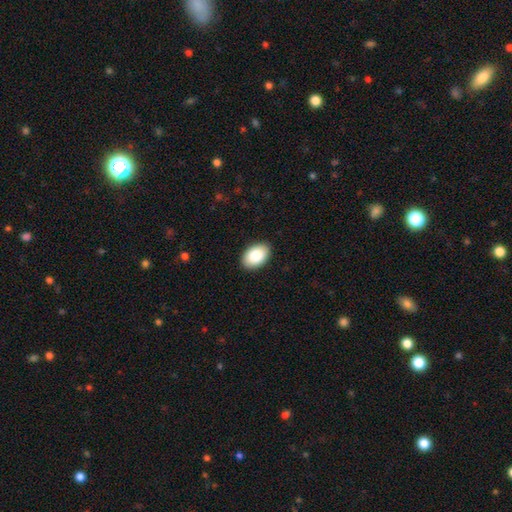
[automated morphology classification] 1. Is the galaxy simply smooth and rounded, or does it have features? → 87% smooth, 7% featured or disk, 6% star or artifact.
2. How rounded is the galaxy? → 91% in between, 8% round, 1% cigar-shaped.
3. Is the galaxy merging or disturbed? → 90% none, 8% minor disturbance, 2% major disturbance, 1% merger.